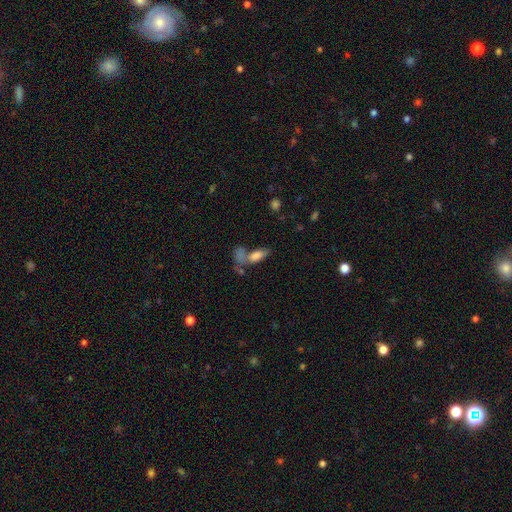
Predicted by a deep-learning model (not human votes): Smooth or featured? smooth (75%)
How rounded? in between (80%)
Merging? merger (40%)